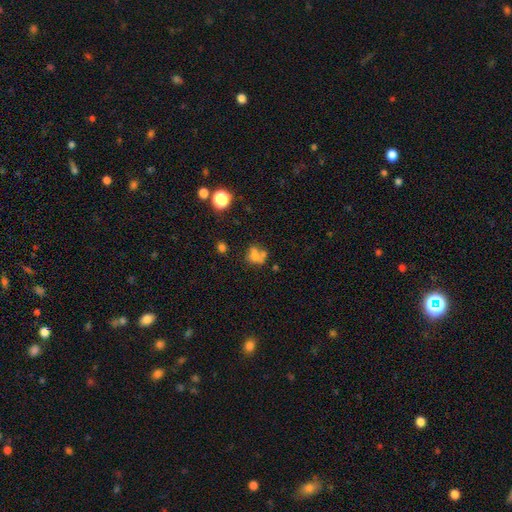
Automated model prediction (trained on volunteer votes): Smooth or featured?
  - smooth: 60% *
  - featured or disk: 22%
  - star or artifact: 18%
How rounded?
  - in between: 49% * (tied)
  - round: 49% * (tied)
  - cigar-shaped: 2%
Merging?
  - merger: 38% *
  - none: 31%
  - minor disturbance: 16%
  - major disturbance: 15%